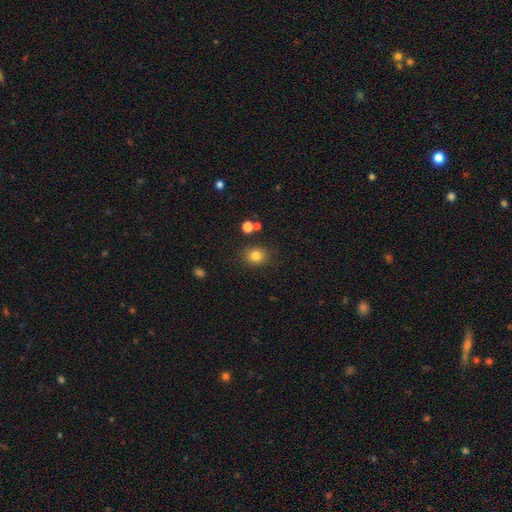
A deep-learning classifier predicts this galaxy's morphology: smooth_or_featured: smooth (p=0.81) [alt: star or artifact p=0.12]
how_rounded: round (p=0.70) [alt: in between p=0.30]
merging: none (p=0.83) [alt: minor disturbance p=0.10]